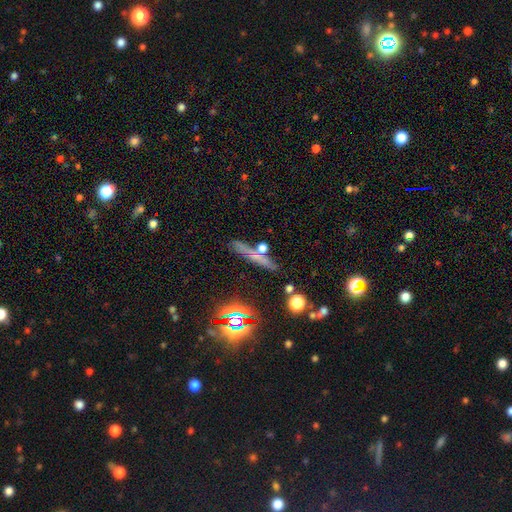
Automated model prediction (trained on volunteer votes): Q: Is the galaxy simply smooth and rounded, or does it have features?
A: smooth — 44%.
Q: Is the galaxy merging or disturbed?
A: none — 76%.